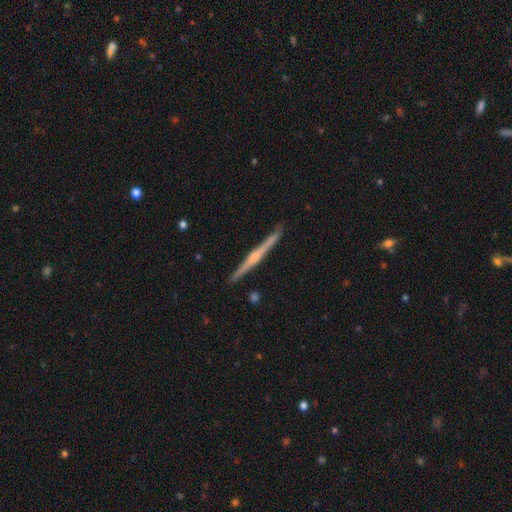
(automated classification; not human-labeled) Smooth or featured? featured or disk (76%)
Edge-on disk? yes (98%)
Edge-on bulge? rounded (65%)
Merging? none (92%)